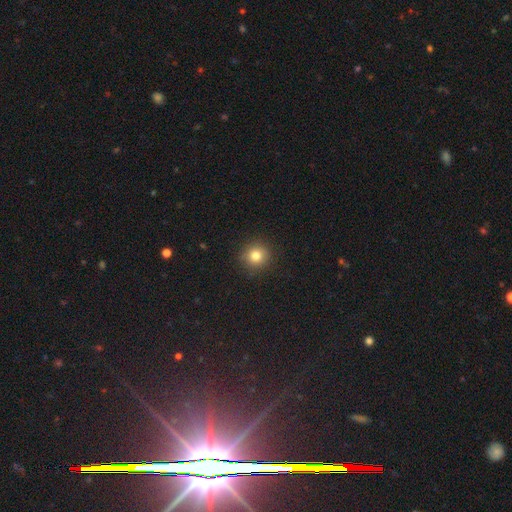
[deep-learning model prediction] smooth_or_featured: smooth (p=0.80) [alt: star or artifact p=0.13]
how_rounded: round (p=0.92) [alt: in between p=0.07]
merging: none (p=0.91) [alt: minor disturbance p=0.06]